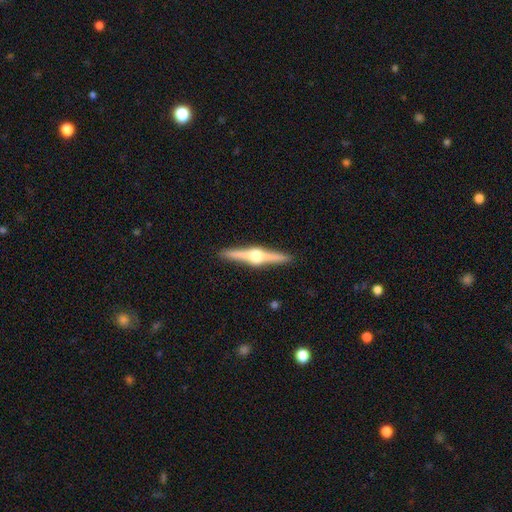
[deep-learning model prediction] This appears to be a featured or disk galaxy (84%) viewed edge-on (98%) with a rounded central bulge (96%). Merging: none (92%).